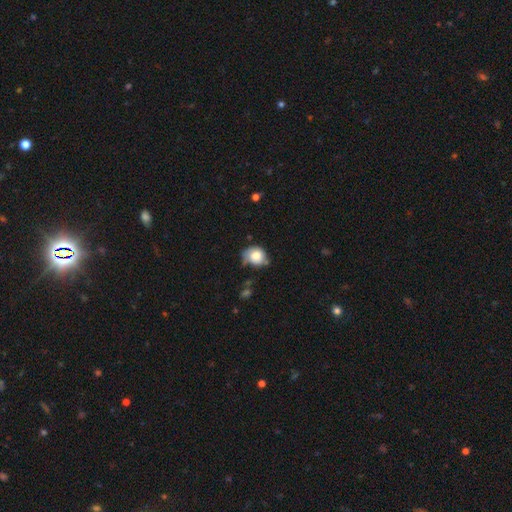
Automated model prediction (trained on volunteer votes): This appears to be a smooth galaxy with no disk features (73%) that is round (61%). Merging: none (48%).